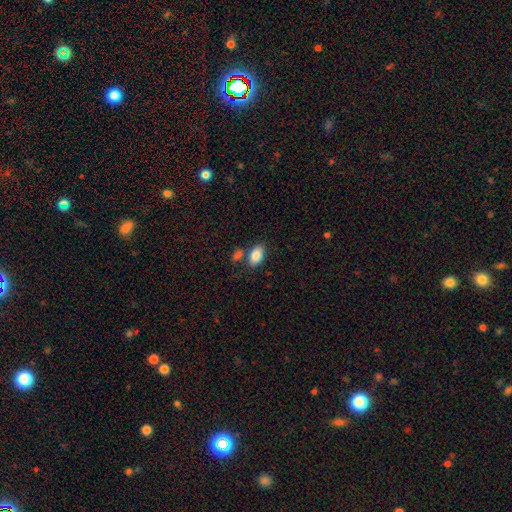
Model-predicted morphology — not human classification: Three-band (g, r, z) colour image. It shows a smooth galaxy with no disk features (85%) that is in between round and cigar-shaped (90%). Merging: none (65%).